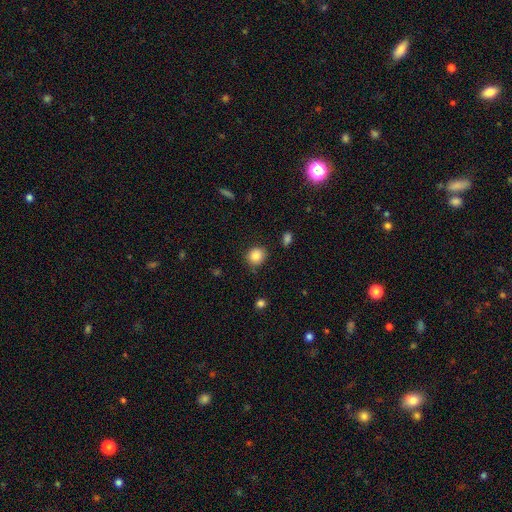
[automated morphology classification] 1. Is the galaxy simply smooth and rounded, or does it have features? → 85% smooth, 10% star or artifact, 5% featured or disk.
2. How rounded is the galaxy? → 83% round, 16% in between, 1% cigar-shaped.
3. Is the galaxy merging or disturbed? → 83% none, 12% minor disturbance, 3% major disturbance, 2% merger.